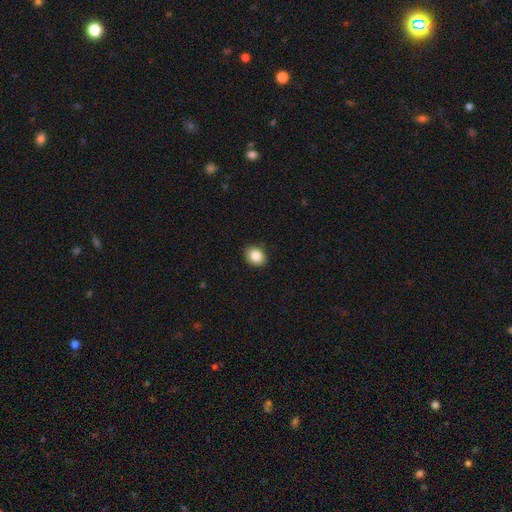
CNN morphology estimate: Q: Smooth or featured?
A: smooth (86%); runner-up: star or artifact (9%)
Q: How rounded?
A: in between (52%); runner-up: round (47%)
Q: Merging?
A: none (89%); runner-up: minor disturbance (8%)